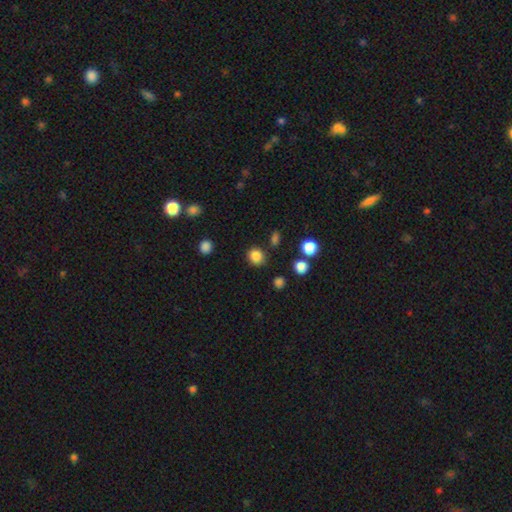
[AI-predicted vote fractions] A smooth galaxy with no disk features (84%) that is round (78%).

Vote fractions:
- Smooth or featured? smooth: 84% / star or artifact: 12% / featured or disk: 4%
- How rounded? round: 78% / in between: 21% / cigar-shaped: 1%
- Merging? none: 83% / minor disturbance: 10% / merger: 4% / major disturbance: 3%